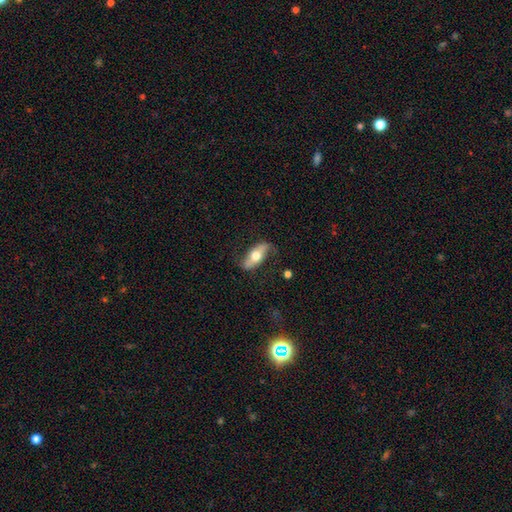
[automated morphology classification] This is possibly a featured or disk galaxy (51%). It is likely not viewed edge-on (64%). Merging: likely none (74%).